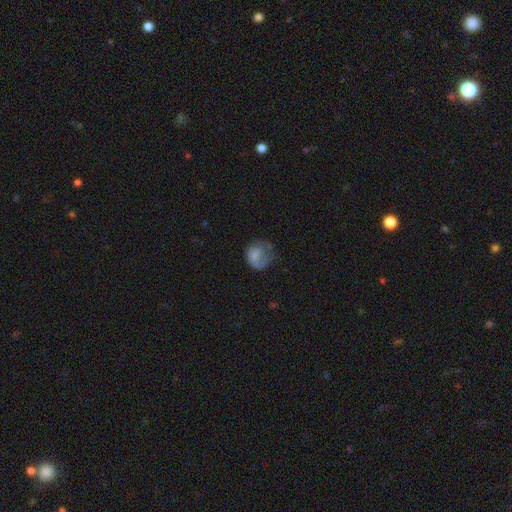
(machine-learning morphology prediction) Smooth or featured? smooth (67%)
How rounded? round (68%)
Merging? major disturbance (40%)